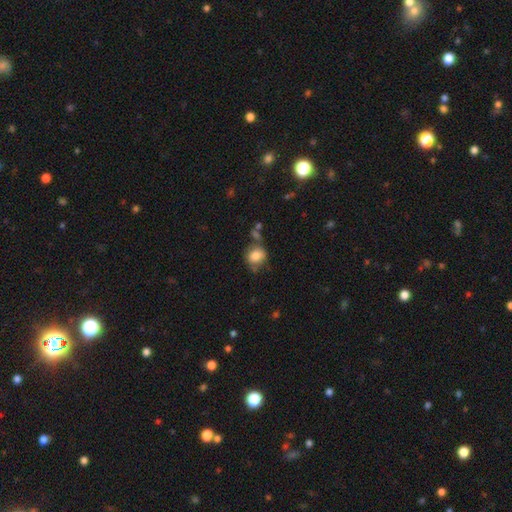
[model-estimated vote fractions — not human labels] Overall: smooth (80%). How rounded: round (65%; in between 34%). Merging: none (55%; minor disturbance 25%).